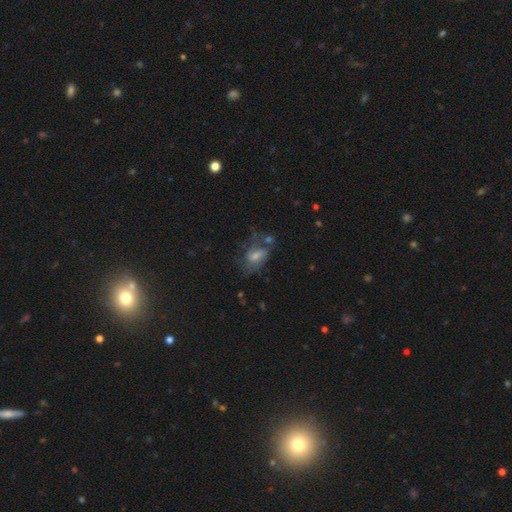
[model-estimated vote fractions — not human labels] A featured or disk galaxy (56%) with a weak bar (49%), spiral arms (75%) and a moderate central bulge (43%). Merging: none (41%).